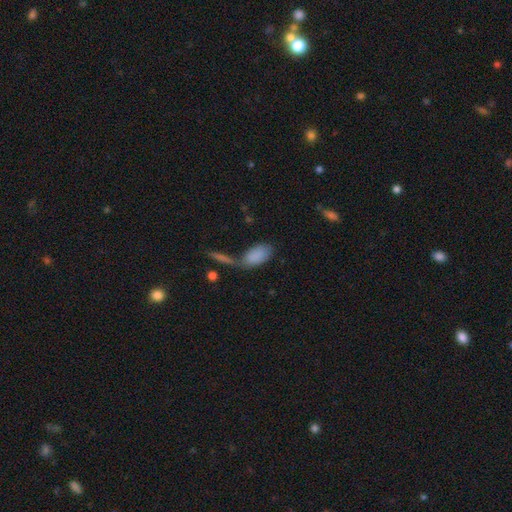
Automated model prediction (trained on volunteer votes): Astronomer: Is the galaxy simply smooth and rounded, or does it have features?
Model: smooth — 84%.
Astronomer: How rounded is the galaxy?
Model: in between — 92%.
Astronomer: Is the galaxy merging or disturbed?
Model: none — 46% (runner-up: merger, 28%).